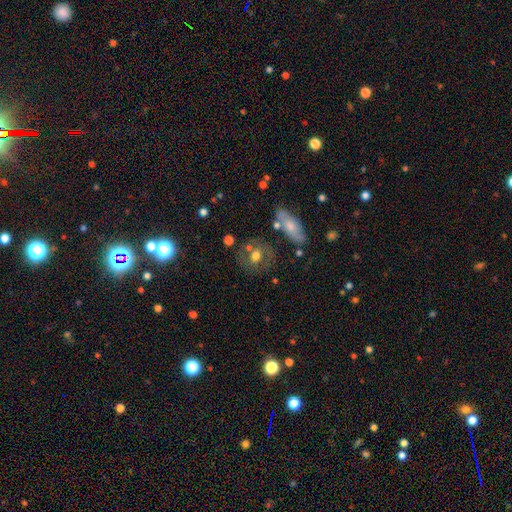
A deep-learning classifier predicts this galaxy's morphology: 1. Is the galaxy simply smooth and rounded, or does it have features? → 53% smooth, 38% featured or disk, 9% star or artifact.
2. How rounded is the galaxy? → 74% round, 24% in between, 2% cigar-shaped.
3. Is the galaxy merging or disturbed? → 72% none, 14% minor disturbance, 9% merger, 6% major disturbance.